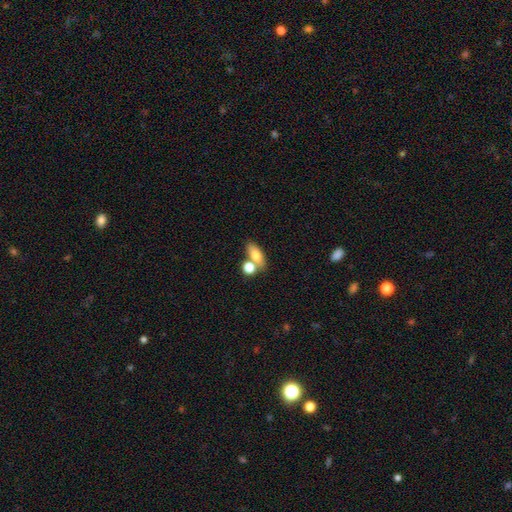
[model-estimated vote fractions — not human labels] The model was most divided on "merging": none: 54%, merger: 31%, minor disturbance: 11%, major disturbance: 4%. More confident: how rounded — in between (75%); smooth or featured — smooth (75%).